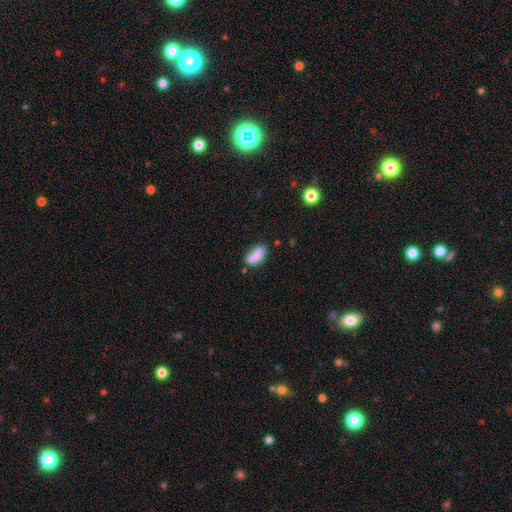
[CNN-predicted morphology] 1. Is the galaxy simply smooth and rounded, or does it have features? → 72% smooth, 19% featured or disk, 8% star or artifact.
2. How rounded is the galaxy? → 87% in between, 7% round, 6% cigar-shaped.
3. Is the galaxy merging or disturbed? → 43% none, 33% merger, 18% minor disturbance, 6% major disturbance.